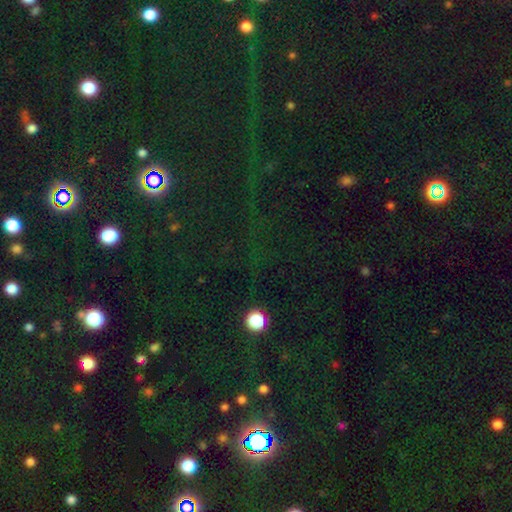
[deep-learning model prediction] This is likely a star or artifact rather than a galaxy (76%).